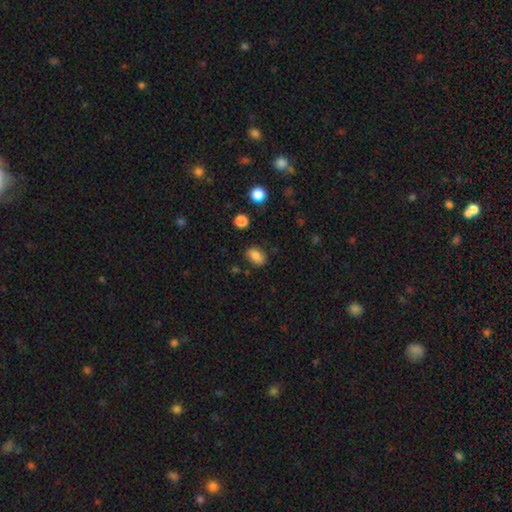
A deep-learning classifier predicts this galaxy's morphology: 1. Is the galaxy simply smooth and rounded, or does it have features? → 85% smooth, 10% star or artifact, 5% featured or disk.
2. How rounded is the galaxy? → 86% in between, 12% round, 2% cigar-shaped.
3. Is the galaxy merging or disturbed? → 83% none, 12% minor disturbance, 3% major disturbance, 2% merger.